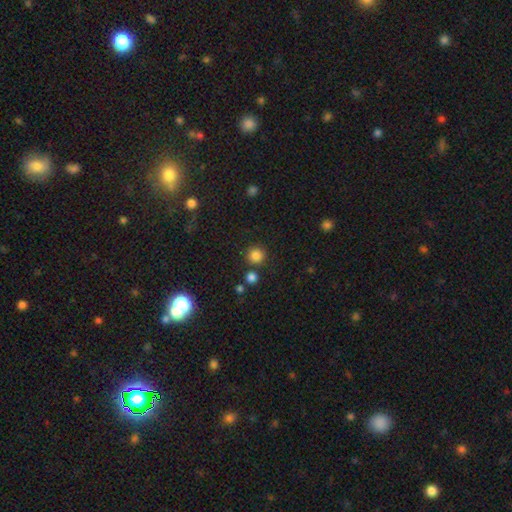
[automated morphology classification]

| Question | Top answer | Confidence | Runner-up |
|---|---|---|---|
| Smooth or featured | smooth | 82% | star or artifact (13%) |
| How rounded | round | 94% | in between (5%) |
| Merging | none | 84% | merger (7%) |